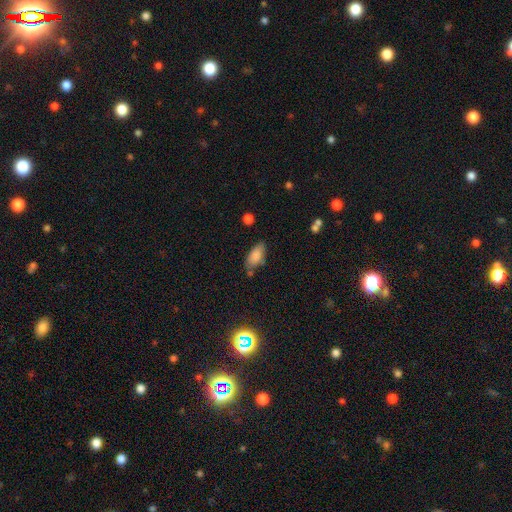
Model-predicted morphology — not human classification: Smooth or featured?
  - smooth: 83% *
  - featured or disk: 9%
  - star or artifact: 8%
How rounded?
  - in between: 87% *
  - cigar-shaped: 10%
  - round: 3%
Merging?
  - none: 67% *
  - minor disturbance: 21%
  - merger: 7%
  - major disturbance: 5%